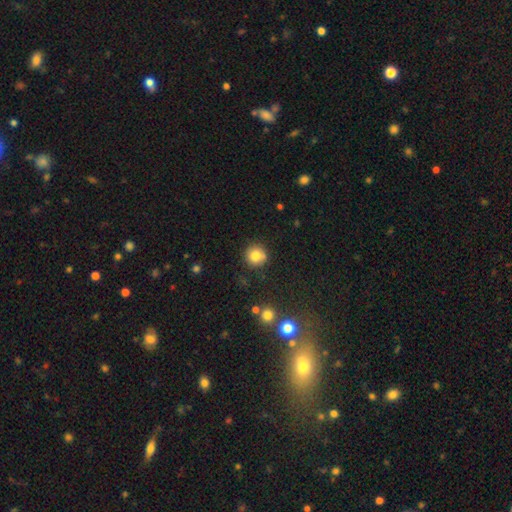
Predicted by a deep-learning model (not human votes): Smooth or featured? Predicted: smooth (p=0.81). How rounded? Predicted: round (p=0.93). Merging? Predicted: none (p=0.84).